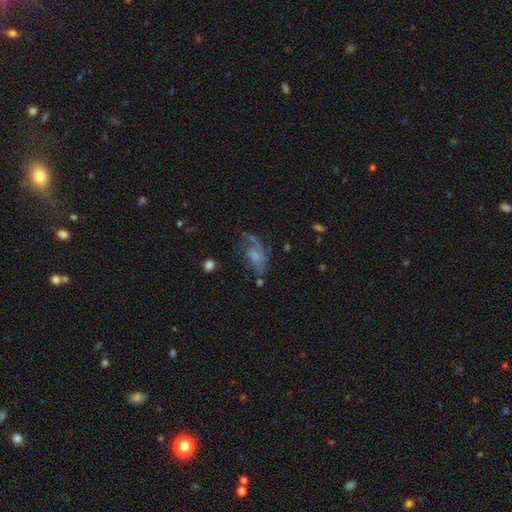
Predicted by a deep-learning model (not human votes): A featured or disk galaxy (60%) with no bar (63%), spiral arms (73%) and a small central bulge (37%).

Vote fractions:
- Smooth or featured? featured or disk: 60% / smooth: 29% / star or artifact: 11%
- Edge-on disk? no: 95% / yes: 5%
- Bar? no: 63% / weak: 32% / strong: 6%
- Spiral arms? yes: 73% / no: 27%
- Bulge size? small: 37% / moderate: 29% / none: 26% / large: 6% / dominant: 2%
- Merging? none: 40% / major disturbance: 31% / minor disturbance: 23% / merger: 5%